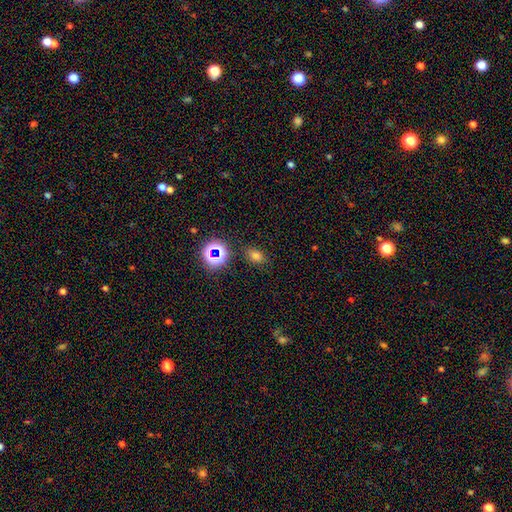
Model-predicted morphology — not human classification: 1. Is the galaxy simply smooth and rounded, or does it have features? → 68% smooth, 25% star or artifact, 7% featured or disk.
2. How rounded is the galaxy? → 71% in between, 27% round, 2% cigar-shaped.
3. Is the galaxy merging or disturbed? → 83% none, 11% minor disturbance, 3% major disturbance, 3% merger.